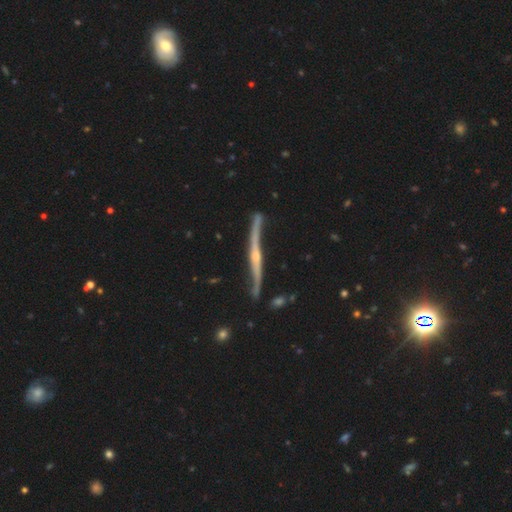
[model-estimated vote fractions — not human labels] This is clearly a featured or disk galaxy (86%). It is clearly viewed edge-on (91%). Edge-on bulge: likely rounded (70%). Merging: likely none (70%).